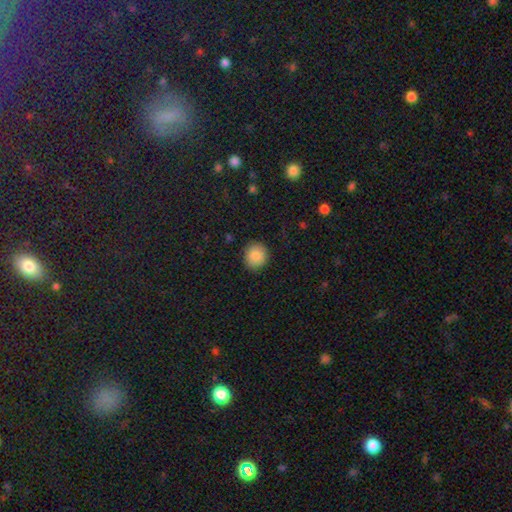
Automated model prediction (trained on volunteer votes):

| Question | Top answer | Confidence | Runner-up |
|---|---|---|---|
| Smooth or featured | smooth | 85% | star or artifact (9%) |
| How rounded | round | 87% | in between (12%) |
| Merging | none | 89% | minor disturbance (8%) |